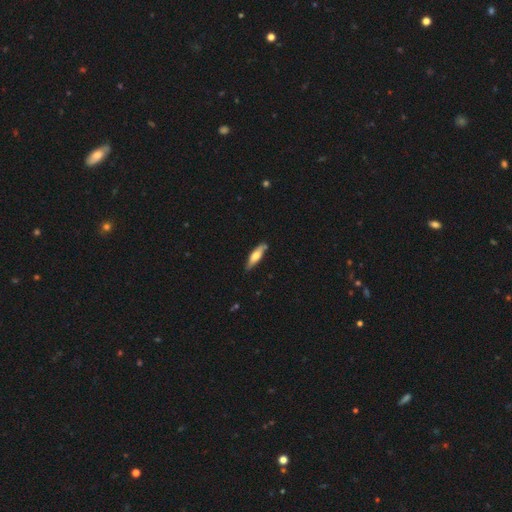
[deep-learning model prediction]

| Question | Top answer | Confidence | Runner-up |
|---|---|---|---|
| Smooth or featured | smooth | 60% | featured or disk (34%) |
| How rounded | cigar-shaped | 67% | in between (31%) |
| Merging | none | 82% | minor disturbance (14%) |